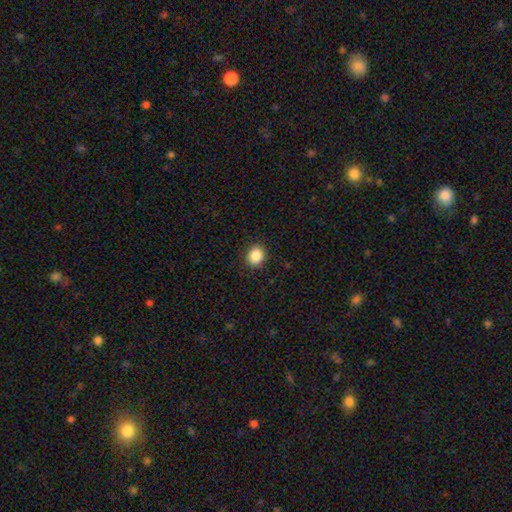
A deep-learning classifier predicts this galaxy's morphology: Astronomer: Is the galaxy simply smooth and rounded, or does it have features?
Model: smooth — 87%.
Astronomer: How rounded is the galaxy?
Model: round — 72%.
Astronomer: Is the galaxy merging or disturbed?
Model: none — 90%.